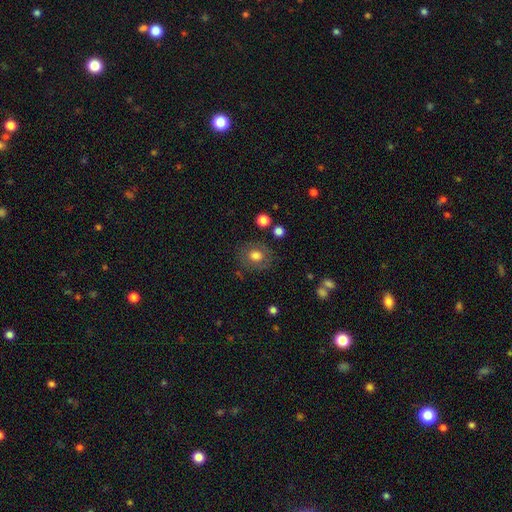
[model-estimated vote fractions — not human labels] smooth-or-featured: smooth: 72% | featured or disk: 18% | star or artifact: 10%
  how-rounded: round: 73% | in between: 26% | cigar-shaped: 1%
  merging: none: 78% | minor disturbance: 13% | major disturbance: 6% | merger: 3%